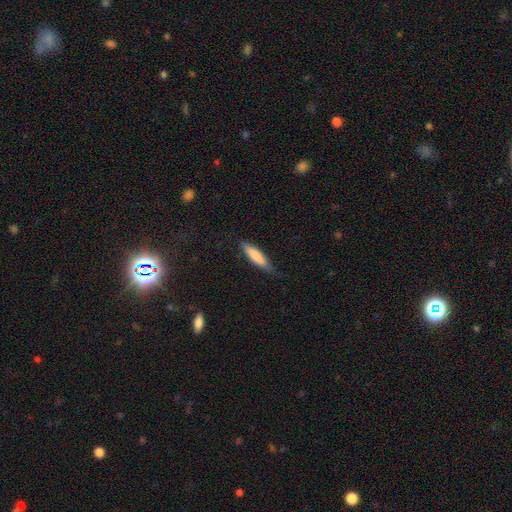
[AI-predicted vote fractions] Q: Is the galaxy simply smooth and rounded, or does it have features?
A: smooth — 78%.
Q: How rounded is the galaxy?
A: cigar-shaped — 76%.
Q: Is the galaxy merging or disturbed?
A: none — 79%.